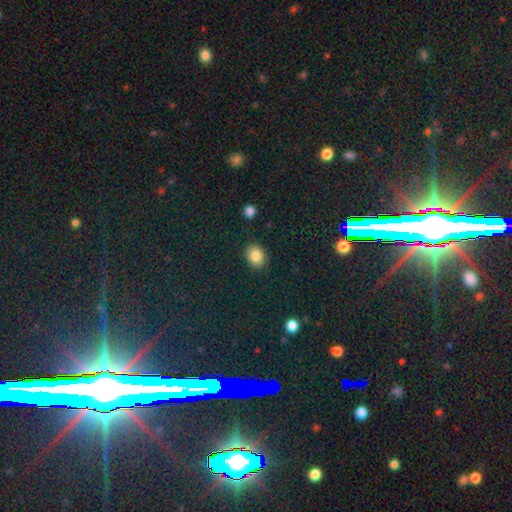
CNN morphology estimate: A smooth galaxy with no disk features (84%) that is in between round and cigar-shaped (51%). Merging: none (88%).